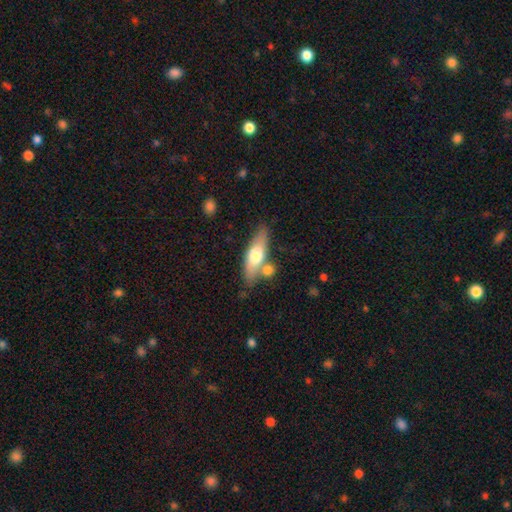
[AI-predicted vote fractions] The model was most divided on "how rounded": in between: 49%, cigar-shaped: 48%, round: 3%. More confident: merging — none (66%); smooth or featured — smooth (57%).